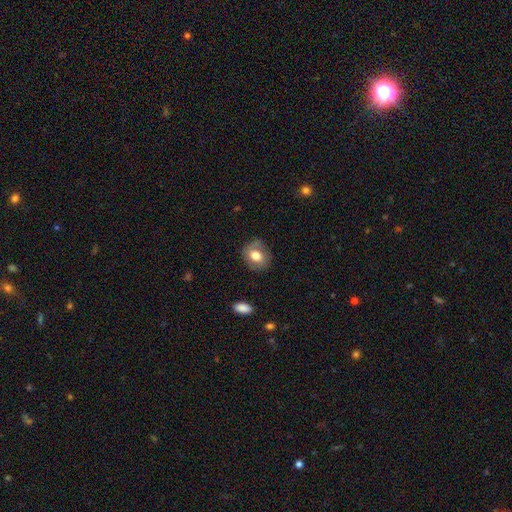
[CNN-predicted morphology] Smooth or featured?
  - smooth: 69% *
  - featured or disk: 23%
  - star or artifact: 8%
How rounded?
  - round: 58% *
  - in between: 41%
  - cigar-shaped: 1%
Merging?
  - none: 77% *
  - minor disturbance: 17%
  - major disturbance: 5%
  - merger: 2%